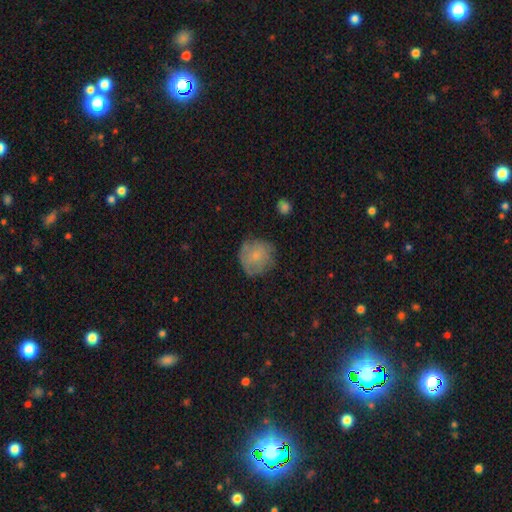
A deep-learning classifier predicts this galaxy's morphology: Smooth or featured?
  - smooth: 67% *
  - featured or disk: 25%
  - star or artifact: 9%
How rounded?
  - round: 90% *
  - in between: 9%
  - cigar-shaped: 1%
Merging?
  - none: 68% *
  - minor disturbance: 23%
  - major disturbance: 8%
  - merger: 2%